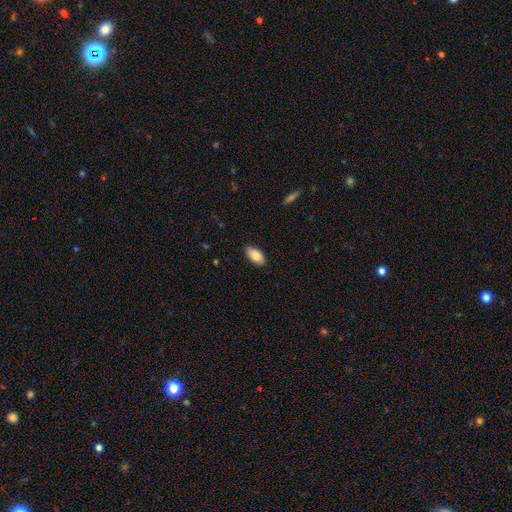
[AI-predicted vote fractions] smooth-or-featured: smooth: 86% | featured or disk: 7% | star or artifact: 7%
  how-rounded: in between: 94% | cigar-shaped: 3% | round: 3%
  merging: none: 83% | minor disturbance: 14% | major disturbance: 2% | merger: 1%